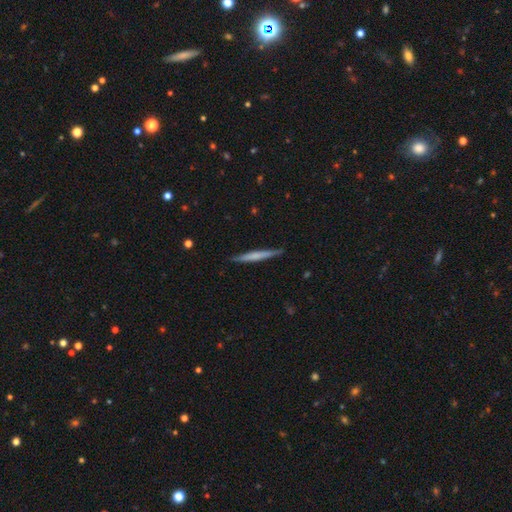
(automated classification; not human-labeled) This is possibly a smooth galaxy (53%). How rounded: clearly cigar-shaped (96%). Merging: clearly none (88%).